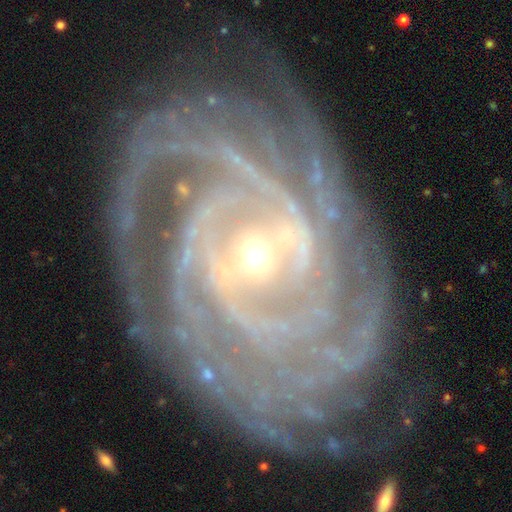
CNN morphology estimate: Q: Smooth or featured?
A: featured or disk (92%); runner-up: star or artifact (5%)
Q: Edge-on disk?
A: no (97%); runner-up: yes (3%)
Q: Bar?
A: strong (34%); runner-up: no (33%)
Q: Spiral arms?
A: yes (98%); runner-up: no (2%)
Q: Spiral winding?
A: tight (66%); runner-up: medium (27%)
Q: Spiral arm count?
A: 2 (28%); runner-up: 3 (18%)
Q: Bulge size?
A: small (70%); runner-up: moderate (26%)
Q: Merging?
A: none (67%); runner-up: minor disturbance (17%)